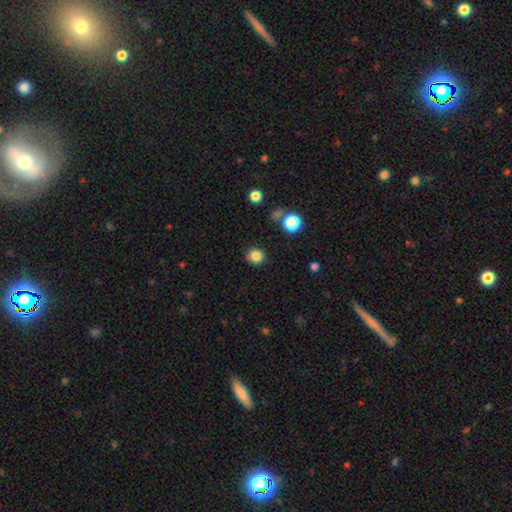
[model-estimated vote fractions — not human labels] This appears to be a smooth galaxy with no disk features (85%) that is round (90%). Merging: none (89%).